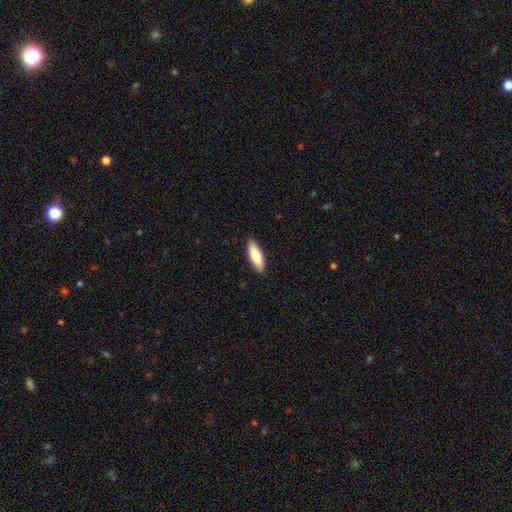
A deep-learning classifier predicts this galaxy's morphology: Smooth or featured? Predicted: smooth (p=0.79). How rounded? Predicted: in between (p=0.57). Merging? Predicted: none (p=0.89).